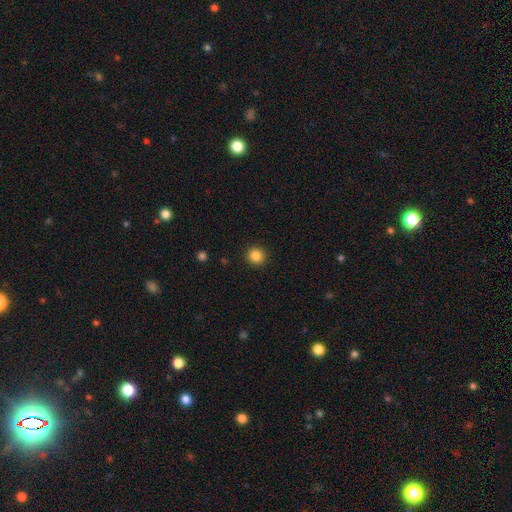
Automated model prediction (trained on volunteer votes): smooth-or-featured: smooth: 86% | star or artifact: 10% | featured or disk: 3%
  how-rounded: round: 92% | in between: 7% | cigar-shaped: 1%
  merging: none: 92% | minor disturbance: 5% | major disturbance: 2% | merger: 1%